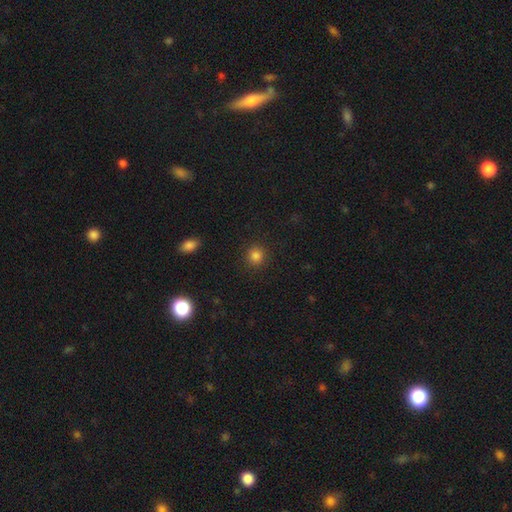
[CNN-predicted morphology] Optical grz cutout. It shows a smooth galaxy with no disk features (84%) that is round (90%). Merging: none (90%).